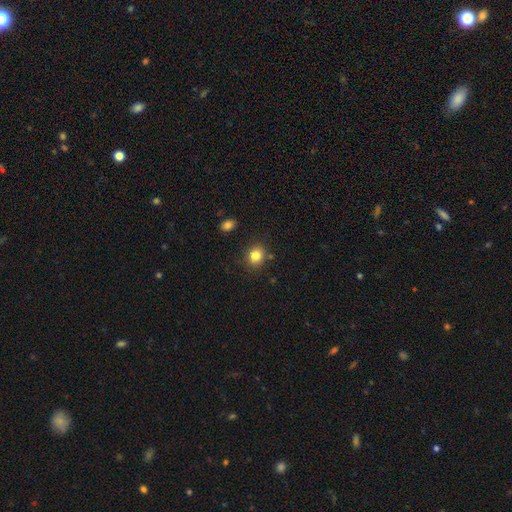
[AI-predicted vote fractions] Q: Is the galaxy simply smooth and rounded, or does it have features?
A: smooth — 83%.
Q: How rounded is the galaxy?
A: round — 75%.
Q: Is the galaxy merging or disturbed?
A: none — 85%.